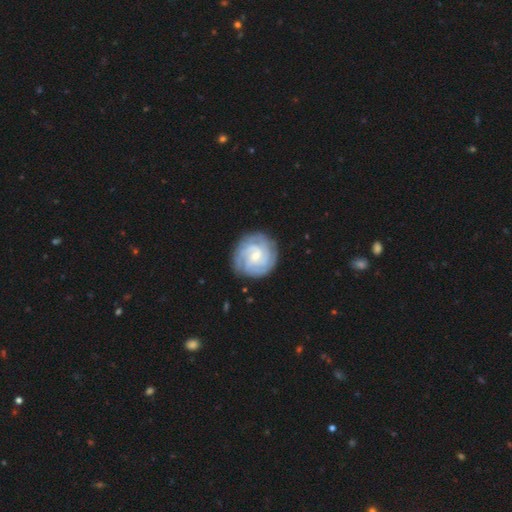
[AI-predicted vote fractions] smooth-or-featured: featured or disk: 85% | smooth: 10% | star or artifact: 5%
  disk-edge-on: no: 98% | yes: 2%
    bar: no: 52% | weak: 40% | strong: 8%
    has-spiral-arms: yes: 98% | no: 2%
      spiral-winding: tight: 74% | medium: 22% | loose: 3%
      spiral-arm-count: 4: 29% | 3: 27% | can't tell: 20% | 2: 12% | more than 4: 7% | 1: 6%
    bulge-size: small: 68% | moderate: 27% | none: 3% | large: 2% | dominant: 1%
  merging: none: 83% | minor disturbance: 12% | major disturbance: 4% | merger: 1%